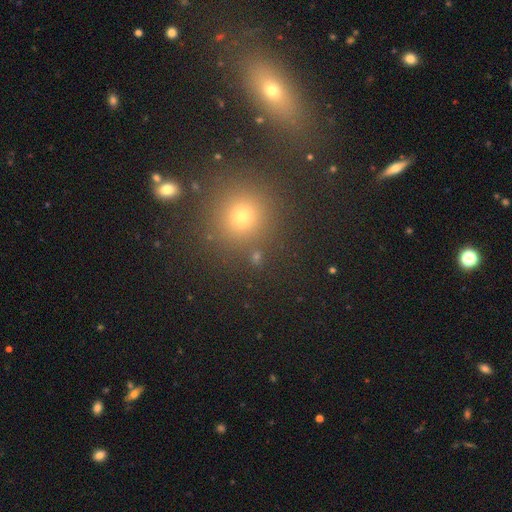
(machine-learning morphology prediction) This is likely a smooth galaxy (61%). How rounded: clearly round (89%). Merging: clearly none (82%).